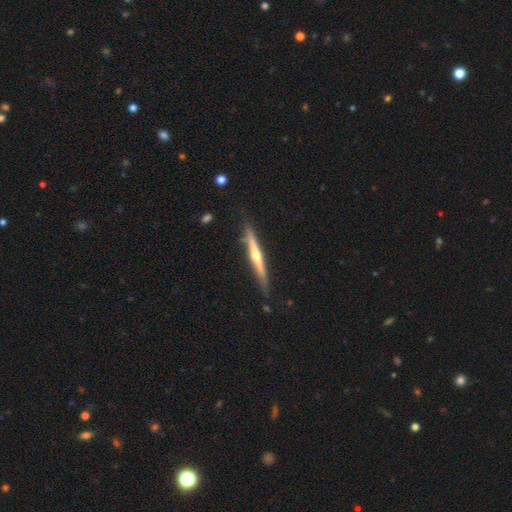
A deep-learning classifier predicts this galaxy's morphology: This appears to be a featured or disk galaxy (72%) viewed edge-on (97%) with a rounded central bulge (82%). Merging: none (83%).